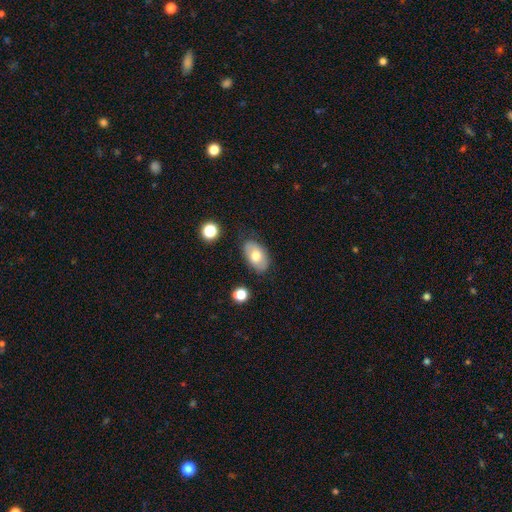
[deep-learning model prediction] Smooth or featured?
  - smooth: 69% *
  - featured or disk: 24%
  - star or artifact: 7%
How rounded?
  - in between: 91% *
  - round: 7%
  - cigar-shaped: 1%
Merging?
  - none: 79% *
  - minor disturbance: 15%
  - major disturbance: 4%
  - merger: 2%